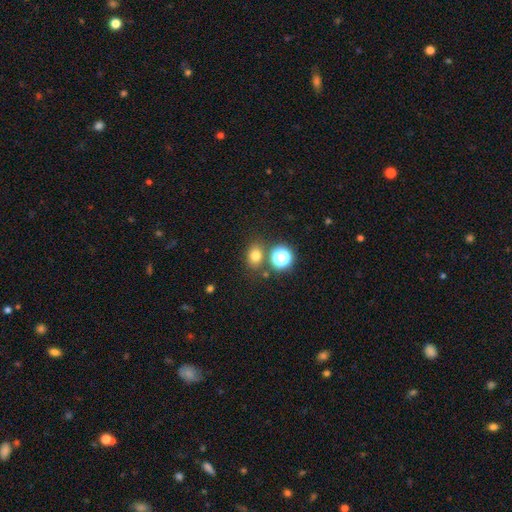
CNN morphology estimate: Overall: smooth (73%). How rounded: round (55%; in between 44%). Merging: none (74%).